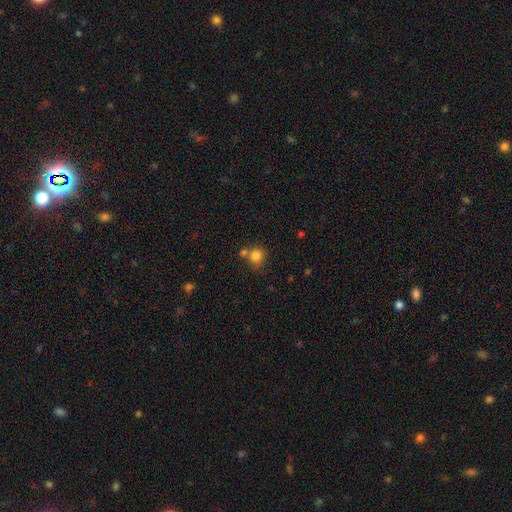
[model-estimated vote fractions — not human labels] This is clearly a smooth galaxy (82%). How rounded: clearly round (84%). Merging: possibly none (56%).